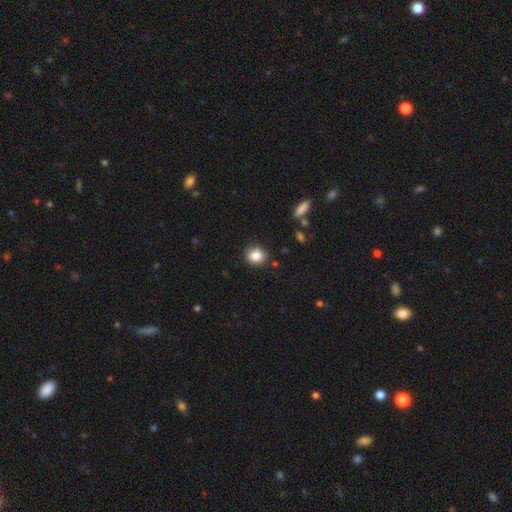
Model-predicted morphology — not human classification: A smooth galaxy with no disk features (85%) that is round (79%).

Vote fractions:
- Smooth or featured? smooth: 85% / star or artifact: 10% / featured or disk: 5%
- How rounded? round: 79% / in between: 20% / cigar-shaped: 1%
- Merging? none: 85% / minor disturbance: 10% / major disturbance: 2% / merger: 2%